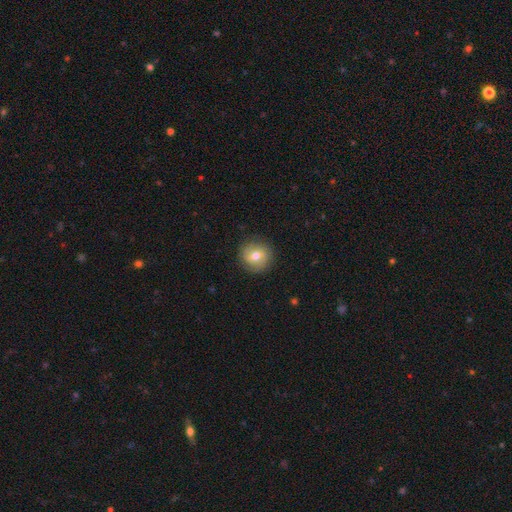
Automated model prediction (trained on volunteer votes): A smooth galaxy with no disk features (64%) that is round (91%). Merging: none (86%).